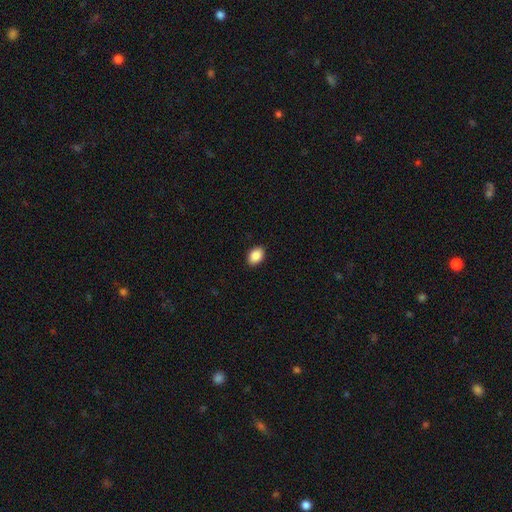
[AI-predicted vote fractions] Overall: smooth (89%). How rounded: in between (79%). Merging: none (90%).